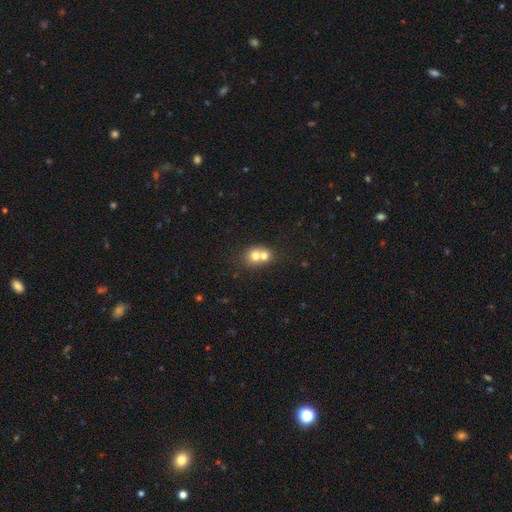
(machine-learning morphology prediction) Smooth or featured: smooth — 69% (featured or disk — 20%)
How rounded: round — 71% (in between — 28%)
Merging: merger — 66% (none — 26%)